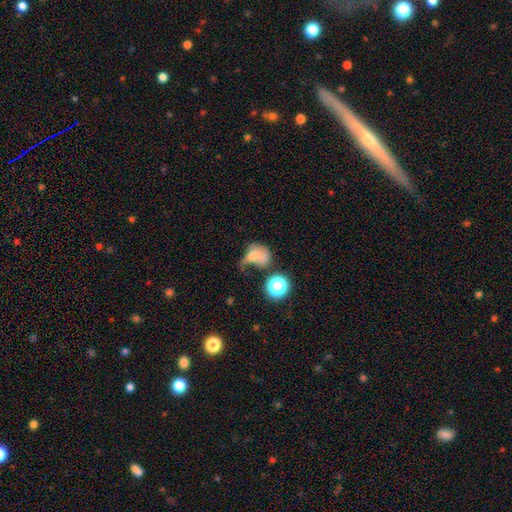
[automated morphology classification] Smooth or featured?
  - smooth: 63% *
  - featured or disk: 21%
  - star or artifact: 16%
How rounded?
  - in between: 55% *
  - round: 43%
  - cigar-shaped: 2%
Merging?
  - major disturbance: 37% *
  - merger: 24%
  - none: 20%
  - minor disturbance: 19%